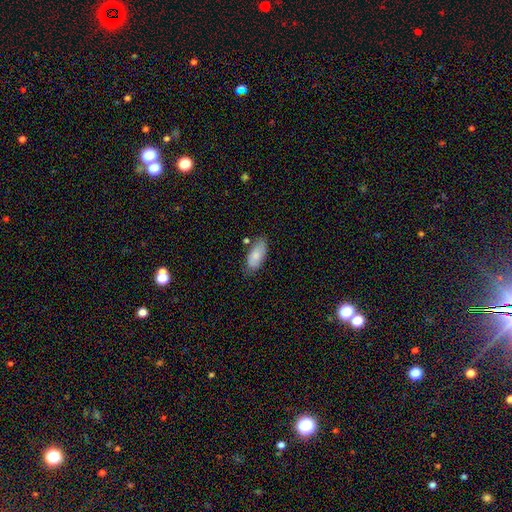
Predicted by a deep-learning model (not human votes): Smooth or featured?
  - smooth: 80% *
  - featured or disk: 13%
  - star or artifact: 6%
How rounded?
  - in between: 91% *
  - cigar-shaped: 7%
  - round: 2%
Merging?
  - none: 72% *
  - minor disturbance: 19%
  - merger: 5%
  - major disturbance: 4%